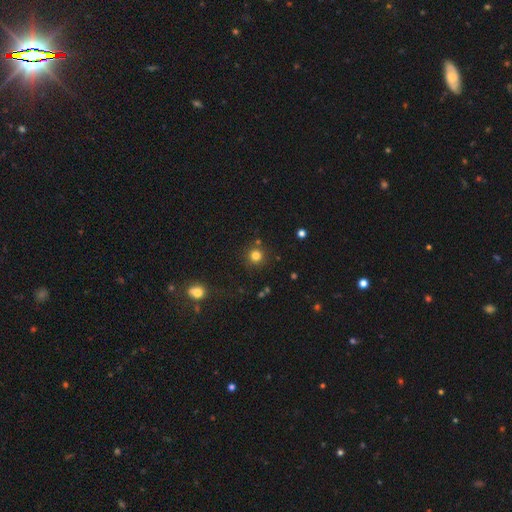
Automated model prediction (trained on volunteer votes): This appears to be a smooth galaxy with no disk features (80%) that is round (94%). Merging: none (86%).